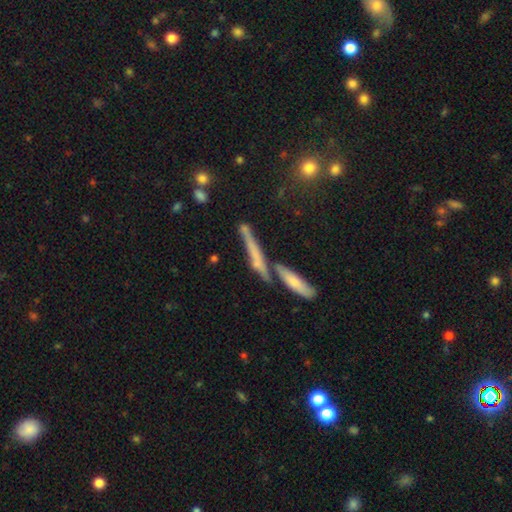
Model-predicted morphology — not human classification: Smooth or featured?
  - featured or disk: 48% *
  - smooth: 40%
  - star or artifact: 12%
Merging?
  - none: 52% *
  - merger: 29%
  - minor disturbance: 13%
  - major disturbance: 6%